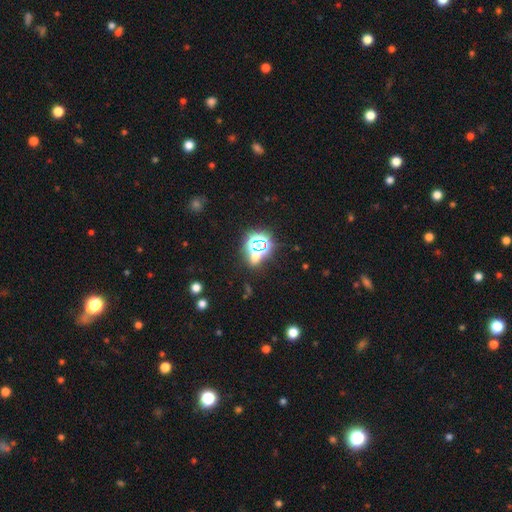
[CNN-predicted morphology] Smooth or featured? Predicted: star or artifact (p=0.66).